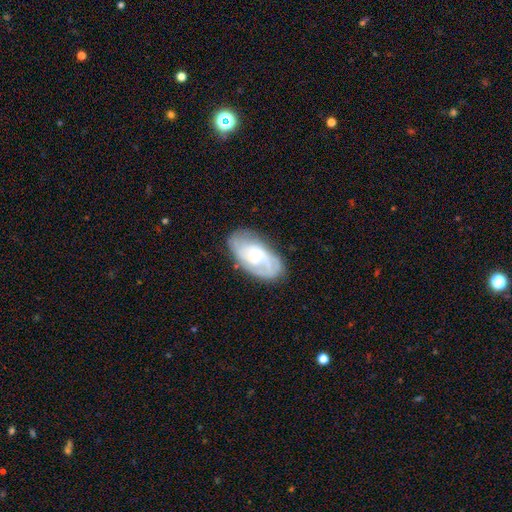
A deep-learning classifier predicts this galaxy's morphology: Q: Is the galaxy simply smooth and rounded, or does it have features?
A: featured or disk — 69%.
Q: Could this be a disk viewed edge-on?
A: no — 95%.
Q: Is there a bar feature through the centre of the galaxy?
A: no — 63%.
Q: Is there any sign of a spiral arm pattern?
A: yes — 90%.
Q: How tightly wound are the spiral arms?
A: tight — 44%.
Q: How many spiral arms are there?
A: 2 — 47%.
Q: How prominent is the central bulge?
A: small — 52%.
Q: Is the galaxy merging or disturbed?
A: none — 75%.